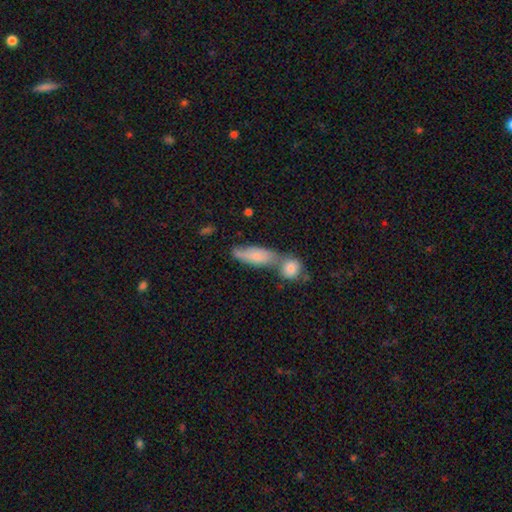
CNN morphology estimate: The model was most divided on "merging": merger: 48%, none: 32%, minor disturbance: 14%, major disturbance: 6%. More confident: smooth or featured — smooth (70%); how rounded — in between (61%).